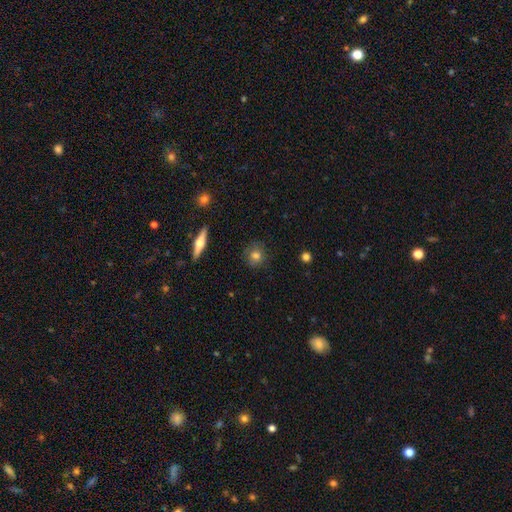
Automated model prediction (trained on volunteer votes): smooth 77%, featured or disk 14%, star or artifact 9%. Down the decision tree: how rounded — round (84%); merging — none (85%).